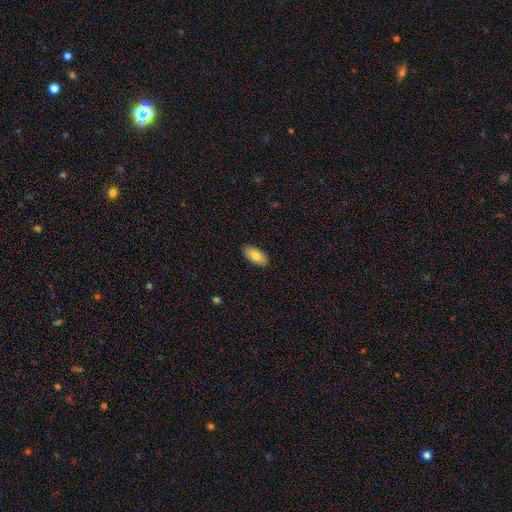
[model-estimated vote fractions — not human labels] smooth-or-featured: smooth: 80% | featured or disk: 13% | star or artifact: 6%
  how-rounded: in between: 93% | cigar-shaped: 5% | round: 3%
  merging: none: 87% | minor disturbance: 10% | major disturbance: 2% | merger: 1%